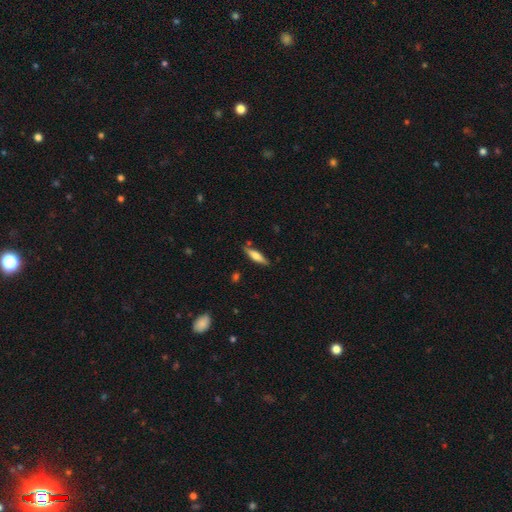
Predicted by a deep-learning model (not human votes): This is possibly a smooth galaxy (56%). How rounded: likely cigar-shaped (69%). Merging: clearly none (82%).